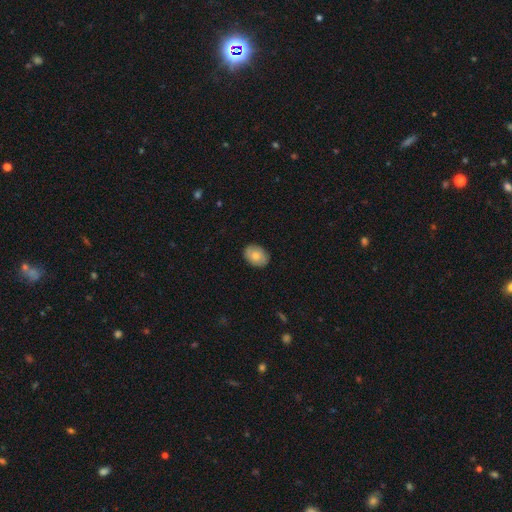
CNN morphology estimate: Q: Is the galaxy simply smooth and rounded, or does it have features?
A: smooth — 79%.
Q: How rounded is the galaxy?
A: in between — 72%.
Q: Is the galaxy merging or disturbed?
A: none — 87%.